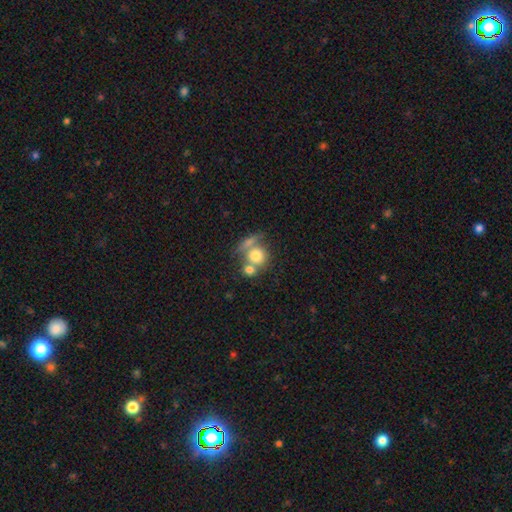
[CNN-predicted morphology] Smooth or featured? smooth (74%)
How rounded? round (79%)
Merging? merger (51%)